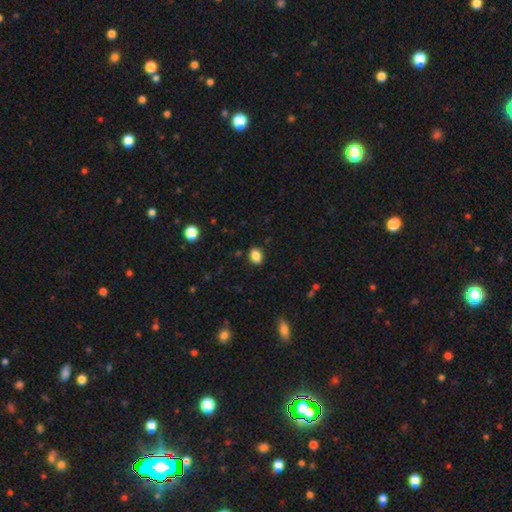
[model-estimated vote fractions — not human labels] Smooth or featured?
  - smooth: 86% *
  - star or artifact: 10%
  - featured or disk: 4%
How rounded?
  - in between: 69% *
  - round: 30%
  - cigar-shaped: 1%
Merging?
  - none: 87% *
  - minor disturbance: 9%
  - major disturbance: 2%
  - merger: 1%